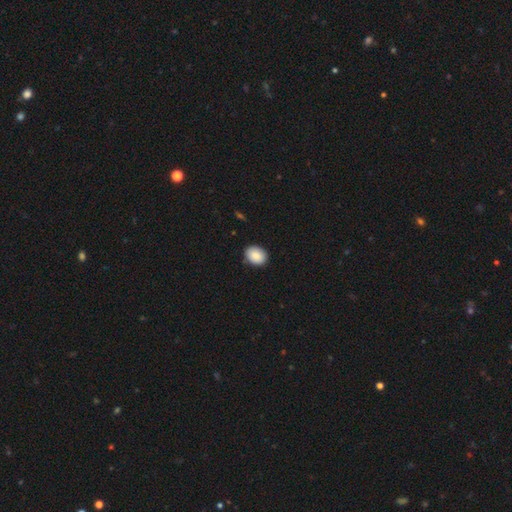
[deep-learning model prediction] The model was most divided on "how rounded": in between: 58%, round: 41%, cigar-shaped: 1%. More confident: smooth or featured — smooth (88%); merging — none (86%).